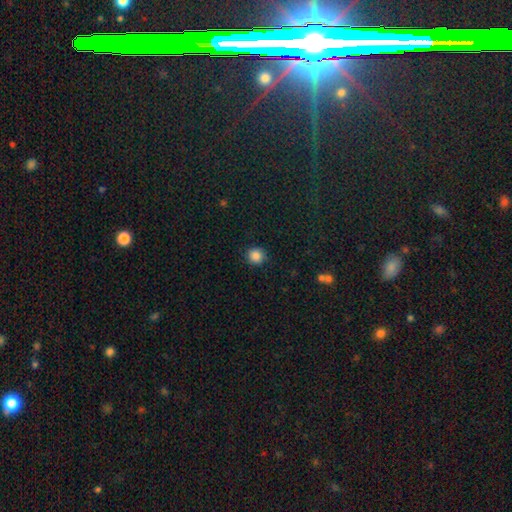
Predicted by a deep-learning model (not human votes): Morphology: type=smooth (86%); roundness=round (91%); merging=none (88%).